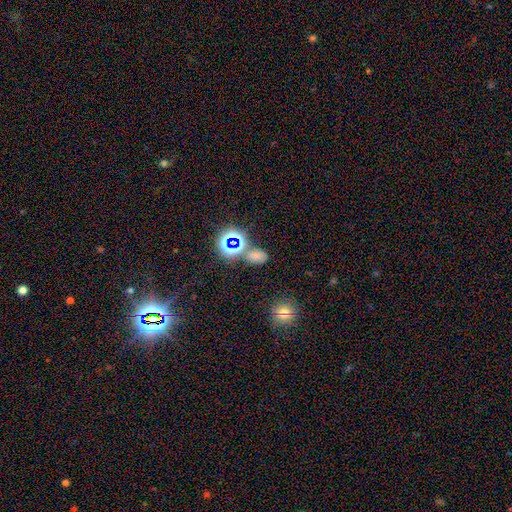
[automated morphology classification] Smooth or featured? Predicted: smooth (p=0.57). How rounded? Predicted: in between (p=0.81). Merging? Predicted: none (p=0.68).